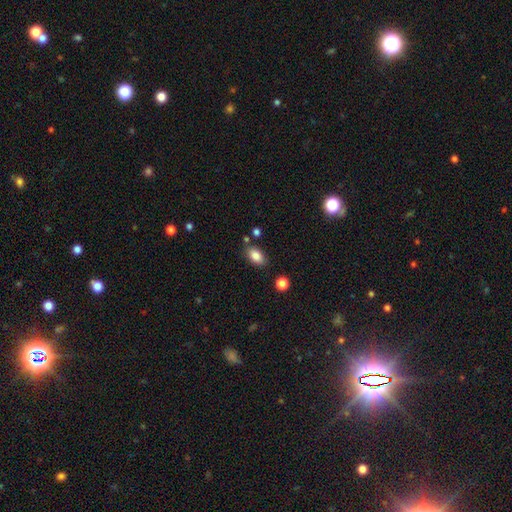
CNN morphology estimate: Smooth or featured?
  - smooth: 84% *
  - star or artifact: 9%
  - featured or disk: 7%
How rounded?
  - in between: 89% *
  - round: 9%
  - cigar-shaped: 2%
Merging?
  - none: 80% *
  - minor disturbance: 12%
  - merger: 5%
  - major disturbance: 3%